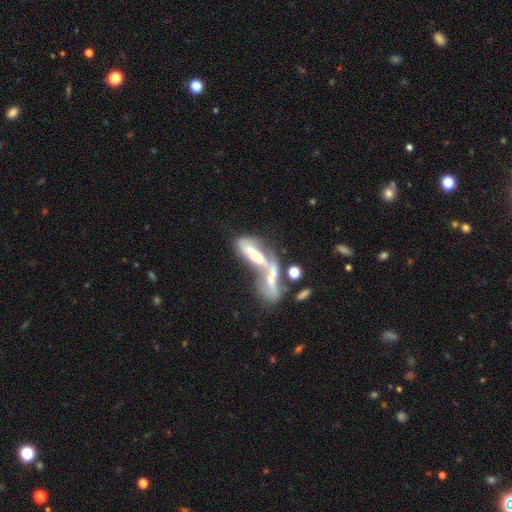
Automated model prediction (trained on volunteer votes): smooth_or_featured: featured or disk (p=0.55) [alt: smooth p=0.33]
disk_edge_on: no (p=0.79) [alt: yes p=0.21]
merging: merger (p=0.66) [alt: major disturbance p=0.17]